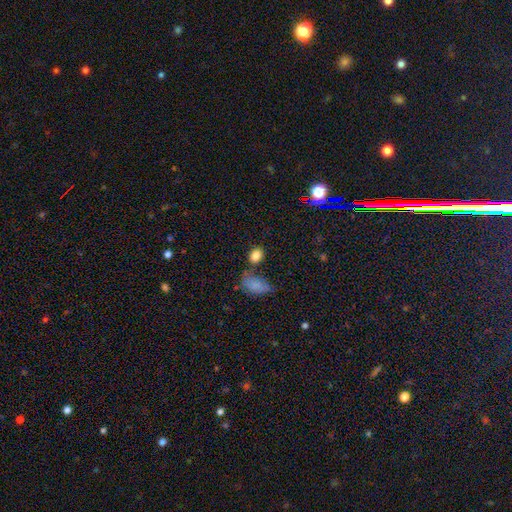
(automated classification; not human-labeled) A smooth galaxy with no disk features (84%) that is in between round and cigar-shaped (72%). Merging: none (64%).